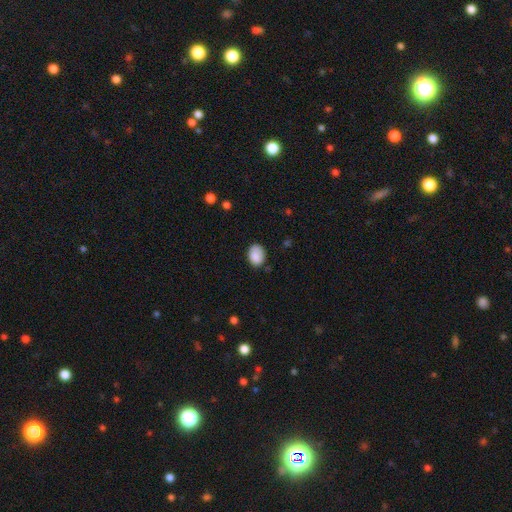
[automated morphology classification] type=smooth (86%); roundness=in between (73%); merging=none (70%).